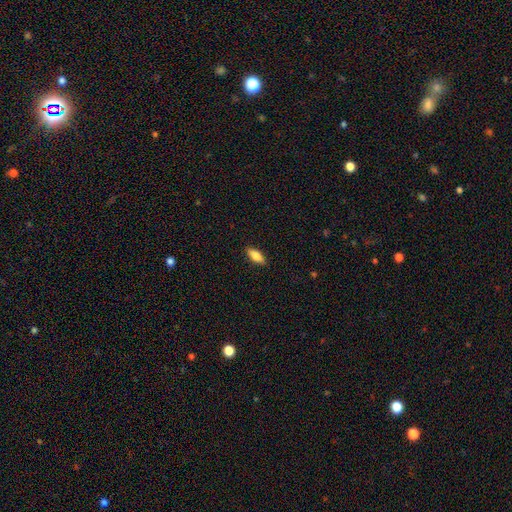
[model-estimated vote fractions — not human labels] smooth 79%, featured or disk 14%, star or artifact 7%. Down the decision tree: how rounded — in between (79%); merging — none (88%).